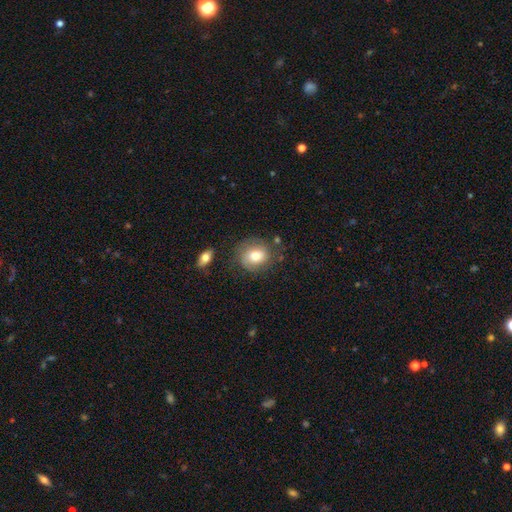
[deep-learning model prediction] Smooth or featured?
  - smooth: 72% *
  - featured or disk: 20%
  - star or artifact: 8%
How rounded?
  - round: 68% *
  - in between: 31%
  - cigar-shaped: 1%
Merging?
  - none: 70% *
  - minor disturbance: 19%
  - major disturbance: 7%
  - merger: 3%